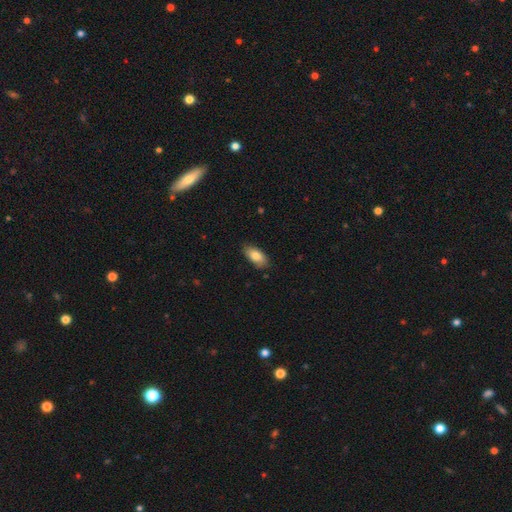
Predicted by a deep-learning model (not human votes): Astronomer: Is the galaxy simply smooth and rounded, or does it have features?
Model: smooth — 80%.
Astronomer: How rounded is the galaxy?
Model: in between — 90%.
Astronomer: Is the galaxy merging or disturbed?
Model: none — 83%.